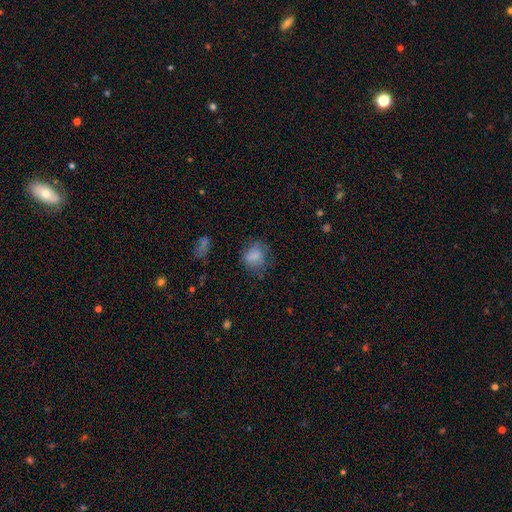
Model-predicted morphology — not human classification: This is likely a smooth galaxy (75%). How rounded: likely round (61%). Merging: possibly none (56%).